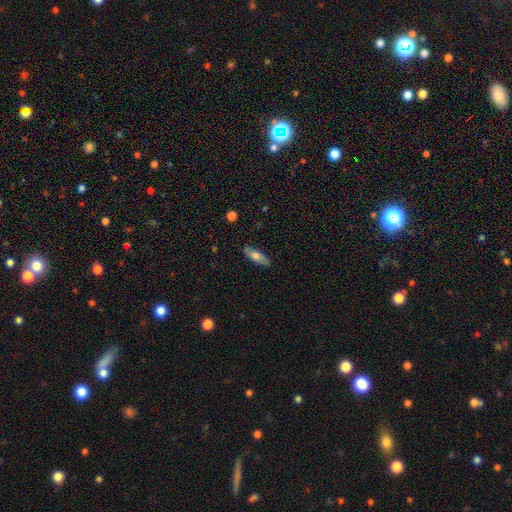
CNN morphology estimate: smooth-or-featured: smooth: 70% | featured or disk: 24% | star or artifact: 6%
  how-rounded: in between: 57% | cigar-shaped: 41% | round: 2%
  merging: none: 83% | minor disturbance: 13% | major disturbance: 2% | merger: 1%